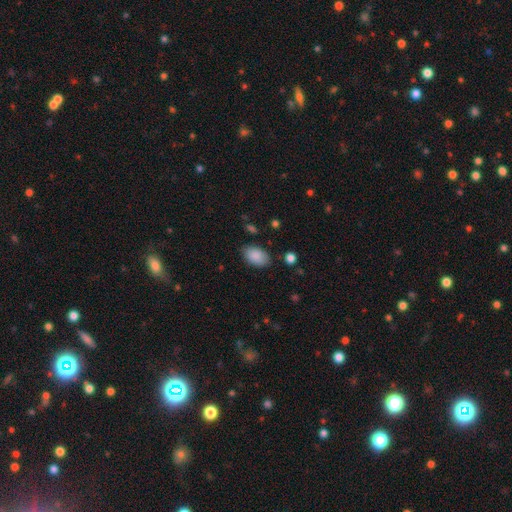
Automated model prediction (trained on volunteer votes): smooth-or-featured: smooth: 88% | star or artifact: 7% | featured or disk: 5%
  how-rounded: in between: 91% | round: 7% | cigar-shaped: 1%
  merging: none: 81% | minor disturbance: 14% | major disturbance: 3% | merger: 2%